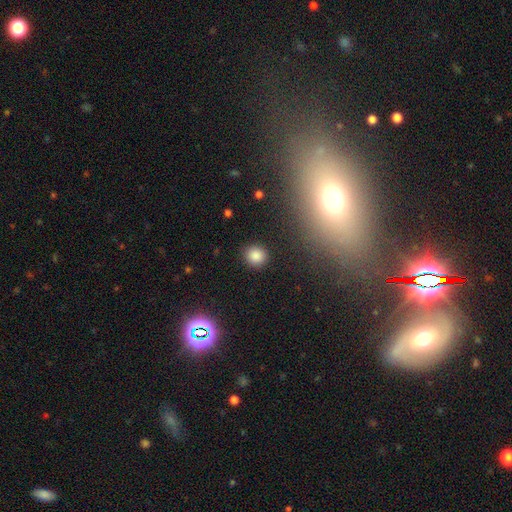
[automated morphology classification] The model was most divided on "how rounded": round: 85%, in between: 14%, cigar-shaped: 1%. More confident: merging — none (90%); smooth or featured — smooth (84%).